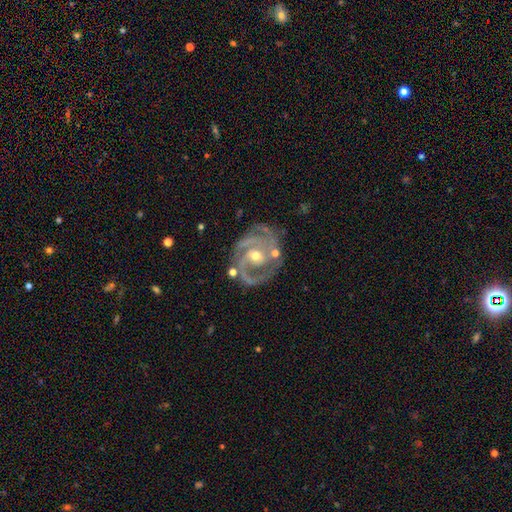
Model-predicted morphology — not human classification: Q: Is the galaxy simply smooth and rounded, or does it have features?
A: featured or disk — 92%.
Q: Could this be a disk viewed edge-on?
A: no — 98%.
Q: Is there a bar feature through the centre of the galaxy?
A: no — 57%.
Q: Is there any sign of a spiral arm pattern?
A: yes — 98%.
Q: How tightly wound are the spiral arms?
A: tight — 56%.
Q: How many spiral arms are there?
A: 3 — 43%.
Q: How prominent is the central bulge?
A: moderate — 58%.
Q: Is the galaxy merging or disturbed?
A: none — 70%.